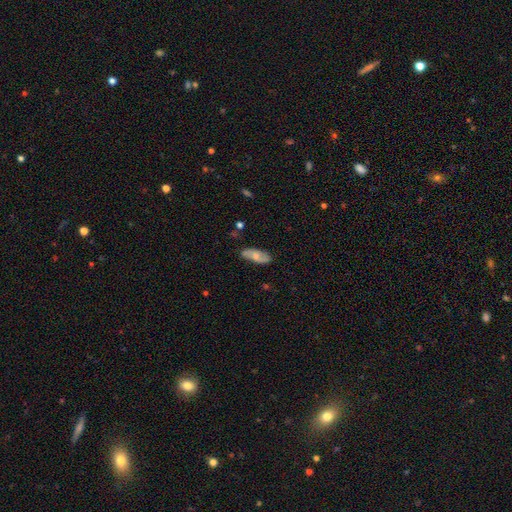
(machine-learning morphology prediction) Smooth or featured? smooth (51%)
How rounded? in between (76%)
Merging? none (79%)